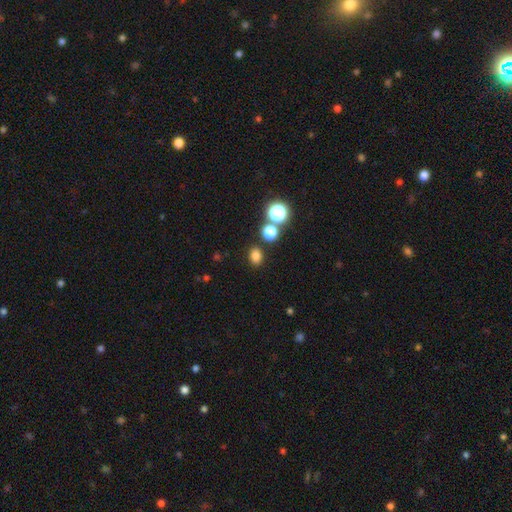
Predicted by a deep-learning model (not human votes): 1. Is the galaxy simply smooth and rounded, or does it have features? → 78% smooth, 17% star or artifact, 5% featured or disk.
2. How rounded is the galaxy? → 50% round, 49% in between, 1% cigar-shaped.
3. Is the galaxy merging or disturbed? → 83% none, 8% minor disturbance, 6% merger, 3% major disturbance.